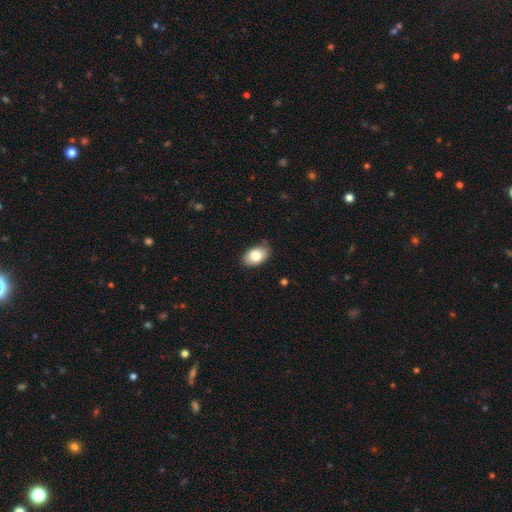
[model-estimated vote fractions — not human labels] Smooth or featured?
  - smooth: 81% *
  - featured or disk: 11%
  - star or artifact: 7%
How rounded?
  - in between: 88% *
  - round: 10%
  - cigar-shaped: 1%
Merging?
  - none: 80% *
  - minor disturbance: 16%
  - major disturbance: 3%
  - merger: 1%